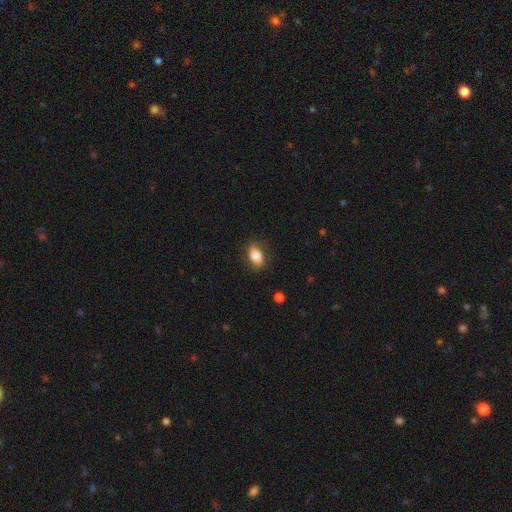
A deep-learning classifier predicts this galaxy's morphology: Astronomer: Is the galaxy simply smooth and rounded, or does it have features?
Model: smooth — 79%.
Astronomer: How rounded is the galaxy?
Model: in between — 83%.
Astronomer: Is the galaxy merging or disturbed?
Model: none — 82%.